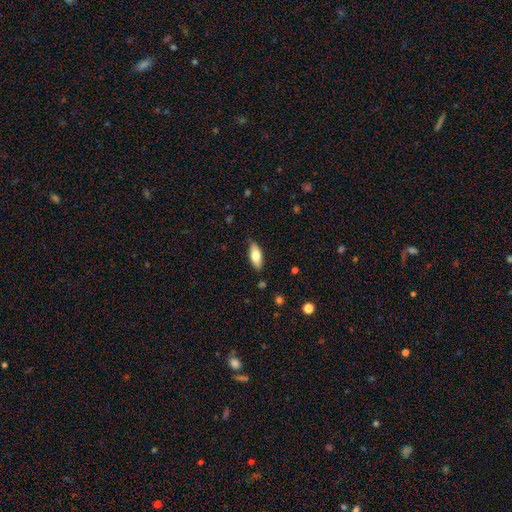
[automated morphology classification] type=smooth (74%); roundness=in between (80%); merging=none (82%).